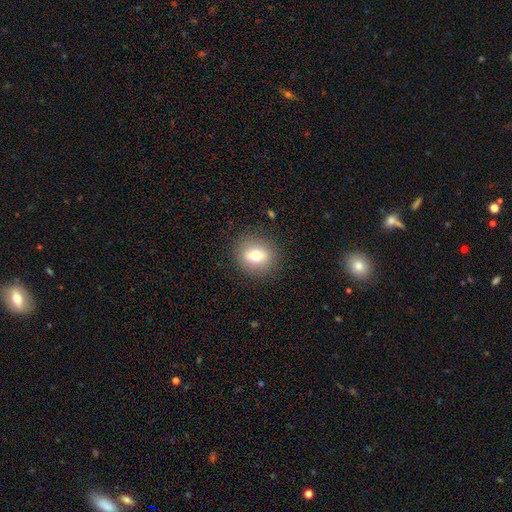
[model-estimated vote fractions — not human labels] A smooth galaxy with no disk features (72%) that is round (75%).

Vote fractions:
- Smooth or featured? smooth: 72% / featured or disk: 17% / star or artifact: 11%
- How rounded? round: 75% / in between: 24% / cigar-shaped: 1%
- Merging? none: 88% / minor disturbance: 8% / major disturbance: 3% / merger: 1%